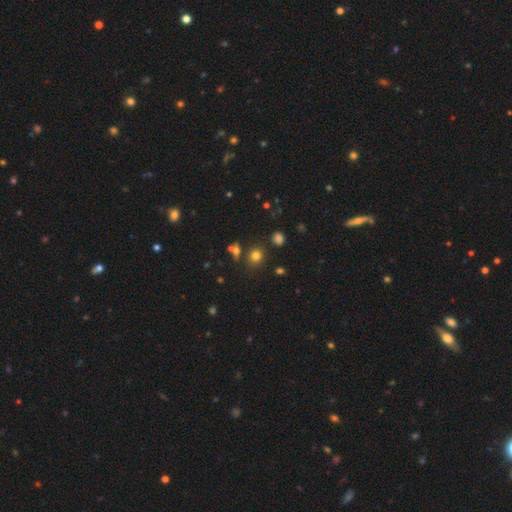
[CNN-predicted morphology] Smooth or featured?
  - smooth: 75% *
  - star or artifact: 18%
  - featured or disk: 7%
How rounded?
  - round: 78% *
  - in between: 20%
  - cigar-shaped: 1%
Merging?
  - none: 77% *
  - minor disturbance: 10%
  - merger: 10%
  - major disturbance: 4%